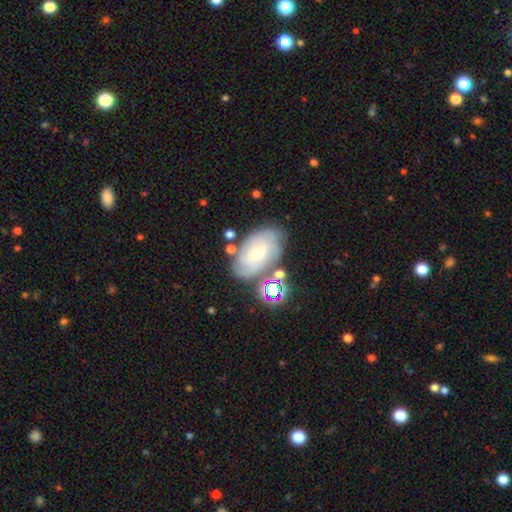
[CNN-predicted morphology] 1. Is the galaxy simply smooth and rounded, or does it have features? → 69% featured or disk, 19% smooth, 12% star or artifact.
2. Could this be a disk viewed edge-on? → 95% no, 5% yes.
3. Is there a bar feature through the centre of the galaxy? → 63% no, 28% weak, 8% strong.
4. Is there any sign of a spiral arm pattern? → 89% yes, 11% no.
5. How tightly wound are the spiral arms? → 72% tight, 21% medium, 6% loose.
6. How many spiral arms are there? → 47% can't tell, 24% 2, 13% 3, 8% 4, 5% more than 4, 4% 1.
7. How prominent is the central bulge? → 60% small, 36% moderate, 2% large, 1% none, 1% dominant.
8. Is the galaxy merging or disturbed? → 70% none, 16% minor disturbance, 9% merger, 5% major disturbance.